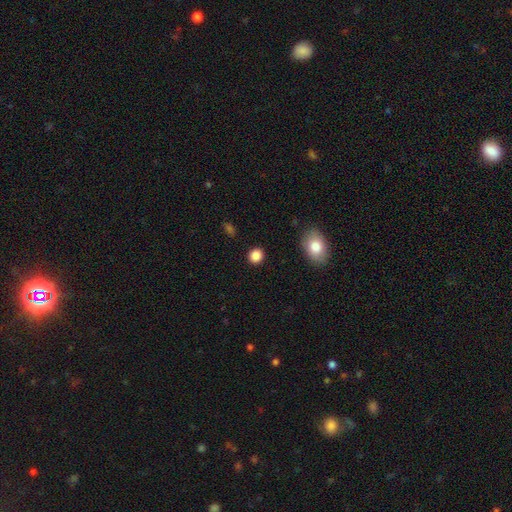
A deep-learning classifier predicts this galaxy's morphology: The model was most divided on "how rounded": round: 81%, in between: 18%, cigar-shaped: 1%. More confident: merging — none (90%); smooth or featured — smooth (87%).